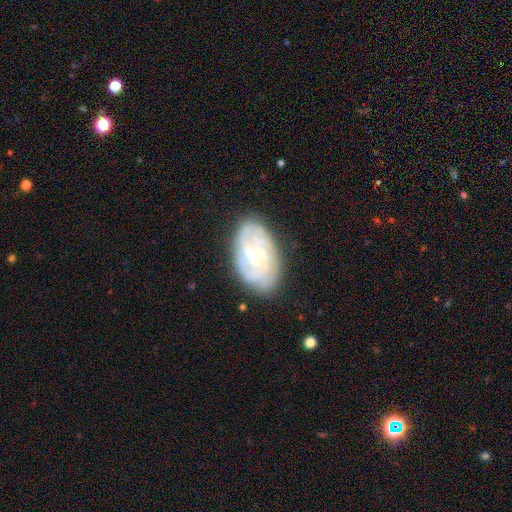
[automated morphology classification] Overall: featured or disk (80%). Edge-on disk: no (96%). Bar: no (70%). Spiral arms: yes (92%). Spiral arm count: can't tell (35%; 3 22%). Spiral winding: tight (67%). Bulge size: small (67%; moderate 30%). Merging: none (79%).